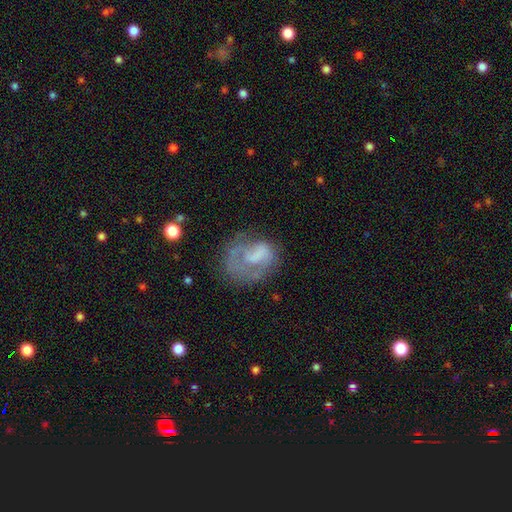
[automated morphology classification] smooth-or-featured: featured or disk: 54% | smooth: 37% | star or artifact: 9%
  disk-edge-on: no: 97% | yes: 3%
    bar: no: 68% | weak: 25% | strong: 7%
    has-spiral-arms: no: 52% | yes: 48%
    bulge-size: none: 52% | moderate: 19% | small: 15% | large: 11% | dominant: 2%
  merging: none: 39% | major disturbance: 34% | minor disturbance: 23% | merger: 4%